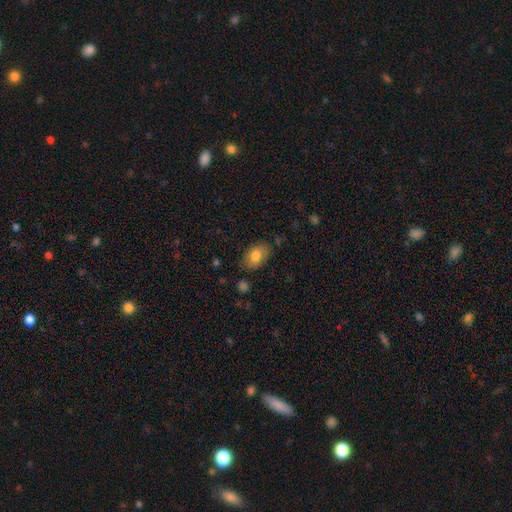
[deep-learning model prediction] Smooth or featured? smooth (79%)
How rounded? in between (90%)
Merging? none (79%)